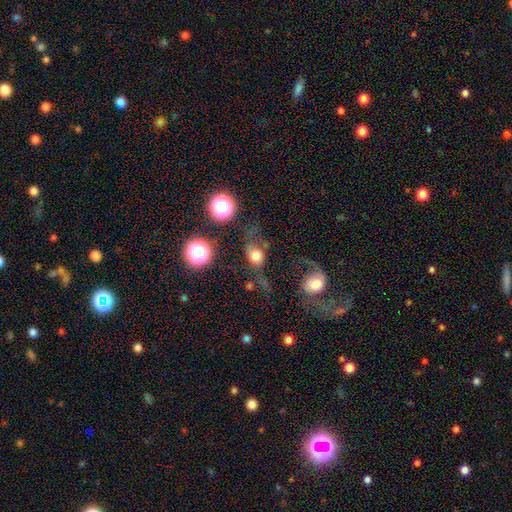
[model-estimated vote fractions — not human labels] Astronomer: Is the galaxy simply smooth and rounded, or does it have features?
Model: smooth — 66%.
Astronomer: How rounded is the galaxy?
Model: round — 51% (runner-up: in between, 47%).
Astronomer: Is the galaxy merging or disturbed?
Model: none — 39% (runner-up: major disturbance, 30%).